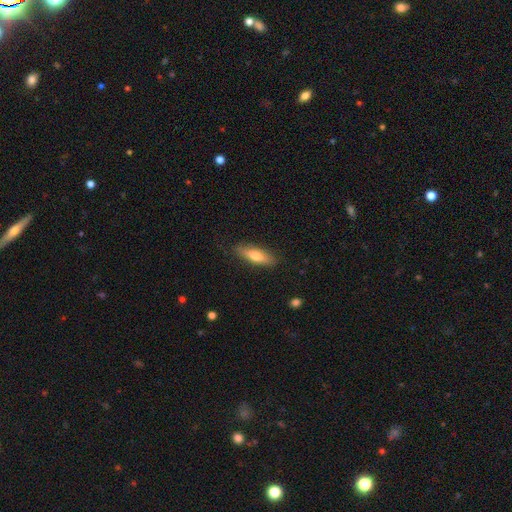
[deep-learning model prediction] Smooth or featured? Predicted: smooth (p=0.68). How rounded? Predicted: cigar-shaped (p=0.51). Merging? Predicted: none (p=0.85).